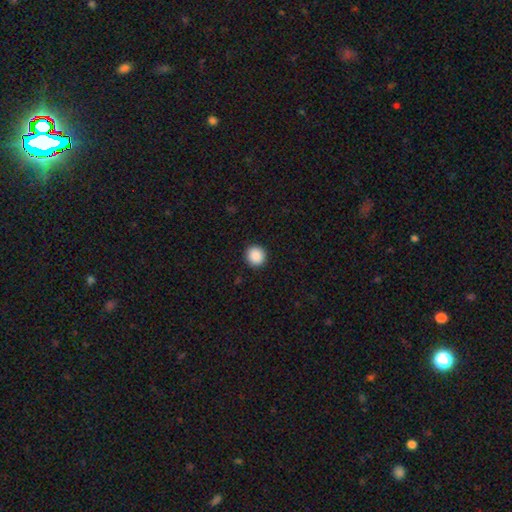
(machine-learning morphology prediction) smooth-or-featured: smooth: 90% | star or artifact: 8% | featured or disk: 2%
  how-rounded: round: 91% | in between: 8% | cigar-shaped: 1%
  merging: none: 92% | minor disturbance: 5% | major disturbance: 2% | merger: 1%